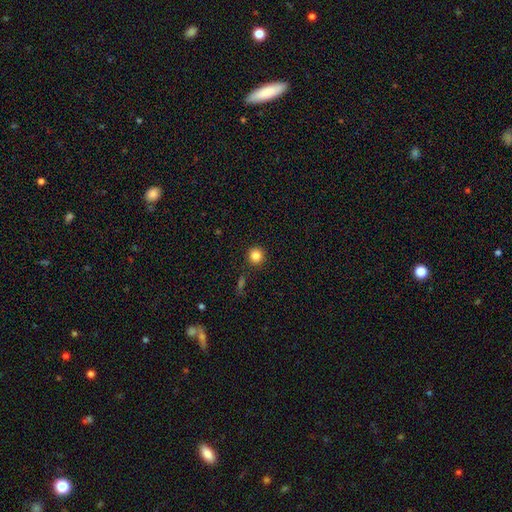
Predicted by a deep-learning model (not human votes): Smooth or featured?
  - smooth: 85% *
  - star or artifact: 11%
  - featured or disk: 5%
How rounded?
  - round: 94% *
  - in between: 5%
  - cigar-shaped: 1%
Merging?
  - none: 91% *
  - minor disturbance: 6%
  - major disturbance: 2%
  - merger: 2%